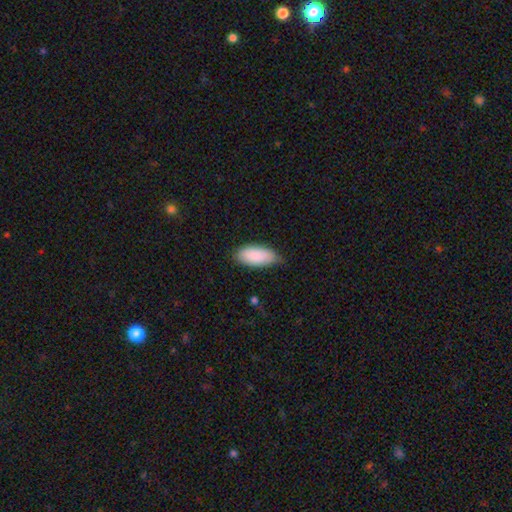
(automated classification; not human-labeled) smooth_or_featured: smooth (p=0.87) [alt: featured or disk p=0.07]
how_rounded: in between (p=0.91) [alt: cigar-shaped p=0.07]
merging: none (p=0.69) [alt: minor disturbance p=0.26]